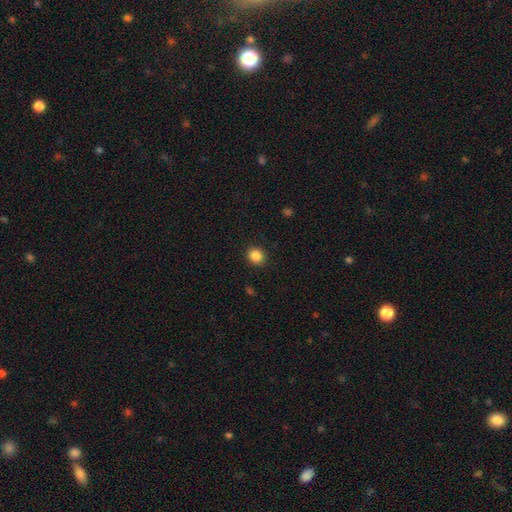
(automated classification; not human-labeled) Smooth or featured? Predicted: smooth (p=0.86). How rounded? Predicted: round (p=0.78). Merging? Predicted: none (p=0.91).